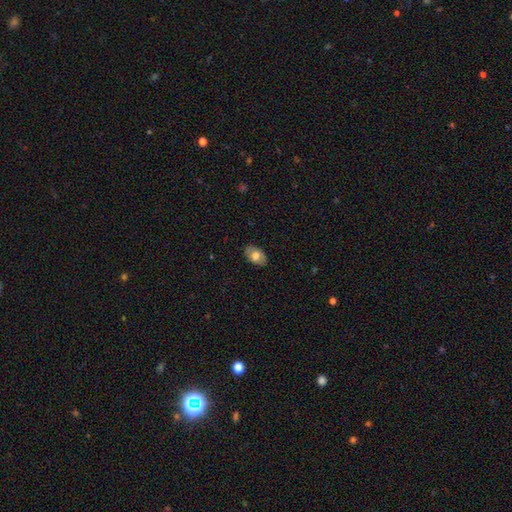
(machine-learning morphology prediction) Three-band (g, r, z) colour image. It shows a smooth galaxy with no disk features (71%) that is in between round and cigar-shaped (90%). Merging: none (84%).